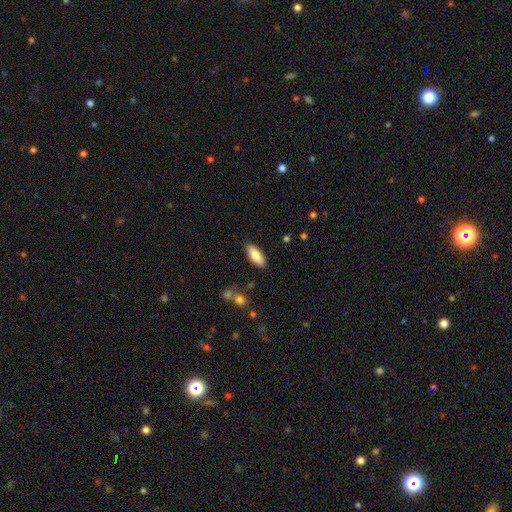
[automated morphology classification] smooth-or-featured: smooth: 85% | featured or disk: 9% | star or artifact: 6%
  how-rounded: in between: 76% | cigar-shaped: 22% | round: 2%
  merging: none: 85% | minor disturbance: 11% | major disturbance: 2% | merger: 2%